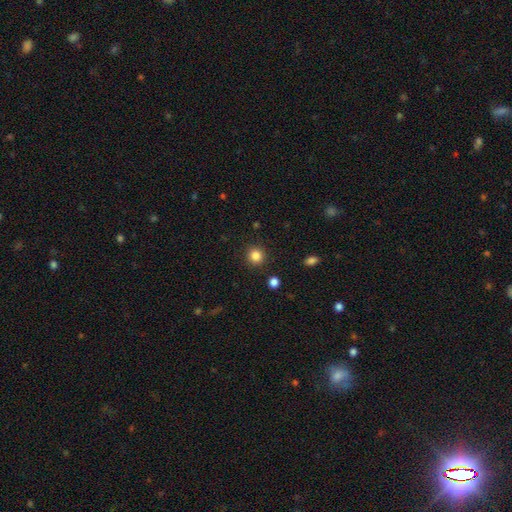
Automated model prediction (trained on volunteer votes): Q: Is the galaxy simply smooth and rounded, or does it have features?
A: smooth — 84%.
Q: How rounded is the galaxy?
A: round — 93%.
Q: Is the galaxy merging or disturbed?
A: none — 91%.